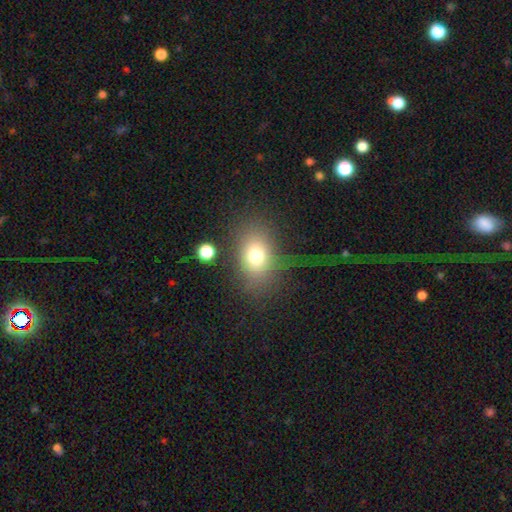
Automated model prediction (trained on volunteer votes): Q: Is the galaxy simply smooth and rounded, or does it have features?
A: smooth — 73%.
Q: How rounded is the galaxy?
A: in between — 66%.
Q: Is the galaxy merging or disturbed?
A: none — 64%.